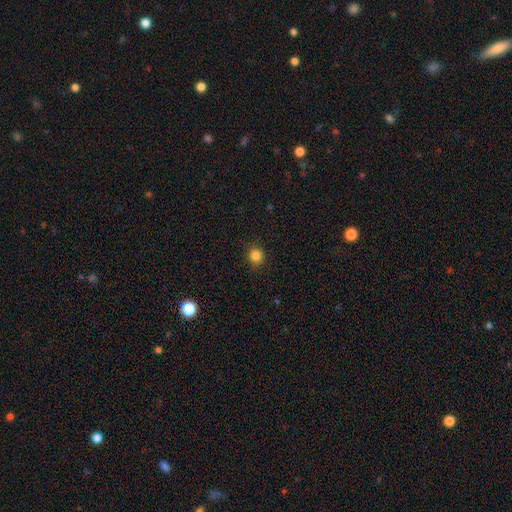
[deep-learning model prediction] smooth-or-featured: smooth: 84% | star or artifact: 12% | featured or disk: 4%
  how-rounded: round: 88% | in between: 11% | cigar-shaped: 1%
  merging: none: 90% | minor disturbance: 7% | major disturbance: 2% | merger: 1%